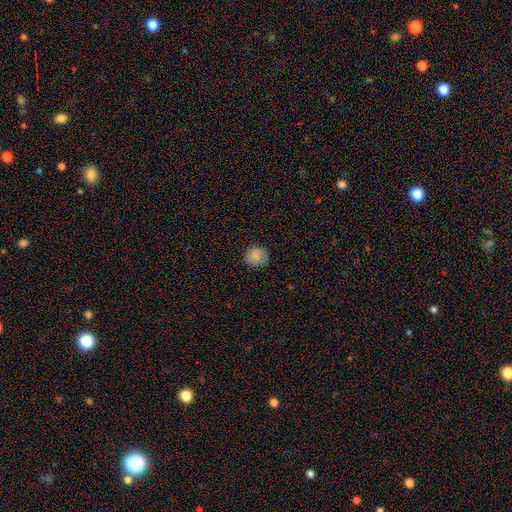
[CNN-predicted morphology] Smooth or featured: smooth — 86% (star or artifact — 9%)
How rounded: round — 86% (in between — 13%)
Merging: none — 85% (minor disturbance — 12%)